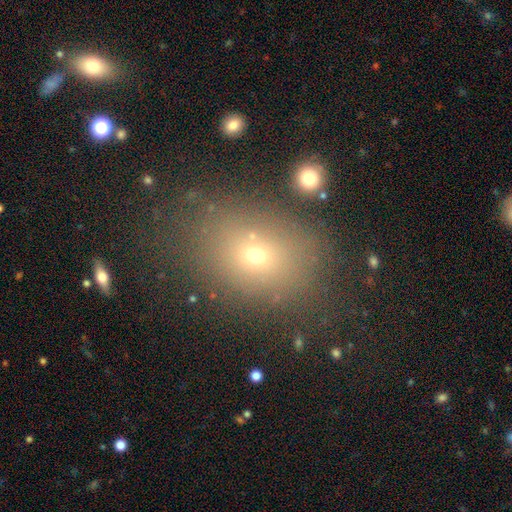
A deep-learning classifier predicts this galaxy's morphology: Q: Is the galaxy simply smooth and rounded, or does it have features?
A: smooth — 65%.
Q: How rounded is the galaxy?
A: in between — 65%.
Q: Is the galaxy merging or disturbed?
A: none — 71%.